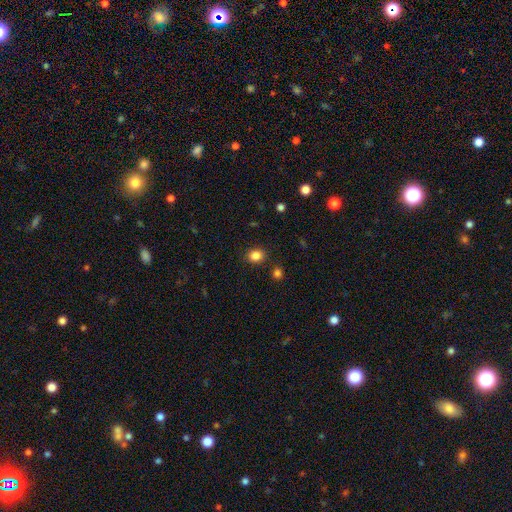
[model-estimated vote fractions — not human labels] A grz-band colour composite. It shows a smooth galaxy with no disk features (85%) that is round (54%). Merging: none (86%).